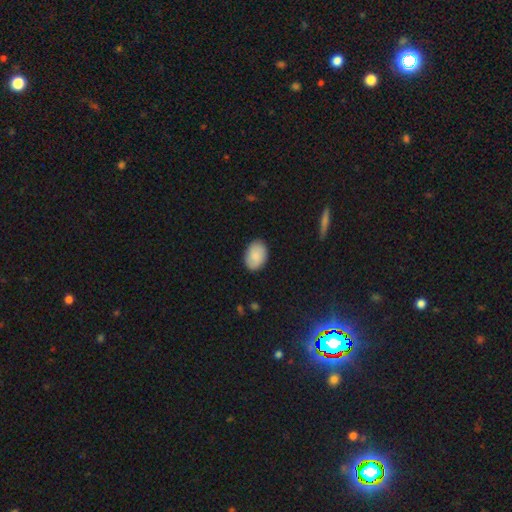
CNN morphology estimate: This appears to be a smooth galaxy with no disk features (87%) that is in between round and cigar-shaped (86%). Merging: none (87%).